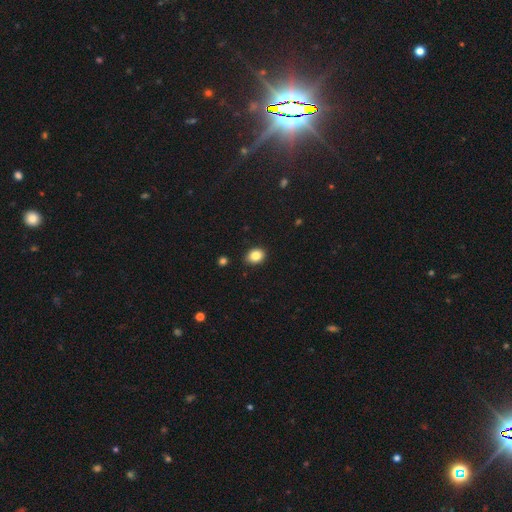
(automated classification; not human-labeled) Smooth or featured? smooth (85%)
How rounded? in between (55%)
Merging? none (86%)